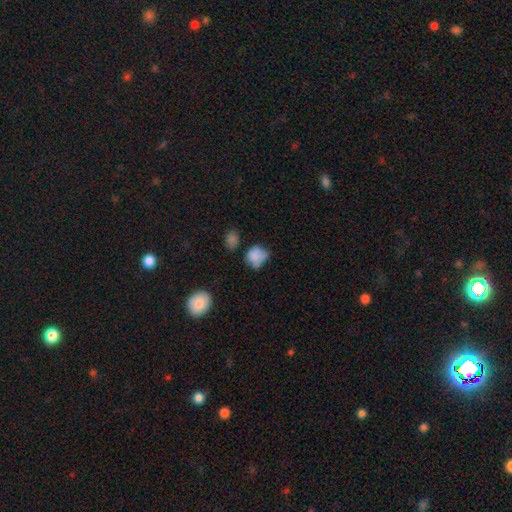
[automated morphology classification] smooth-or-featured: smooth: 76% | featured or disk: 13% | star or artifact: 11%
  how-rounded: round: 53% | in between: 45% | cigar-shaped: 1%
  merging: none: 41% | minor disturbance: 33% | major disturbance: 14% | merger: 11%